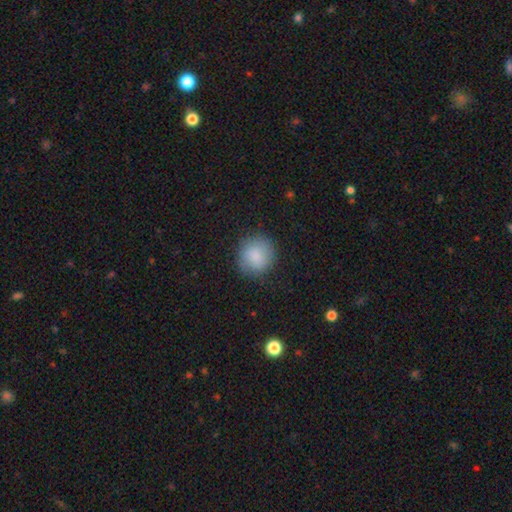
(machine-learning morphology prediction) smooth 86%, star or artifact 8%, featured or disk 6%. Down the decision tree: how rounded — round (88%); merging — none (83%).